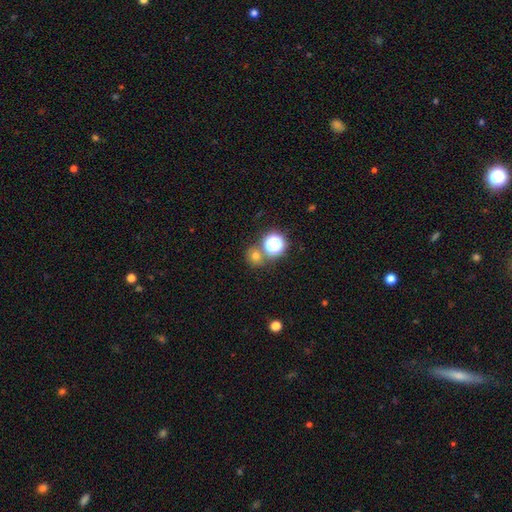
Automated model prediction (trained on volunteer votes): Overall: smooth (68%). How rounded: round (84%). Merging: none (67%).